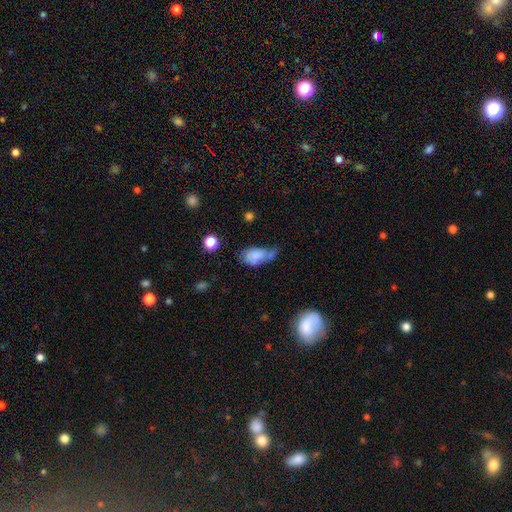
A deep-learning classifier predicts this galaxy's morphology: Smooth or featured? Predicted: smooth (p=0.73). How rounded? Predicted: in between (p=0.87). Merging? Predicted: minor disturbance (p=0.31).